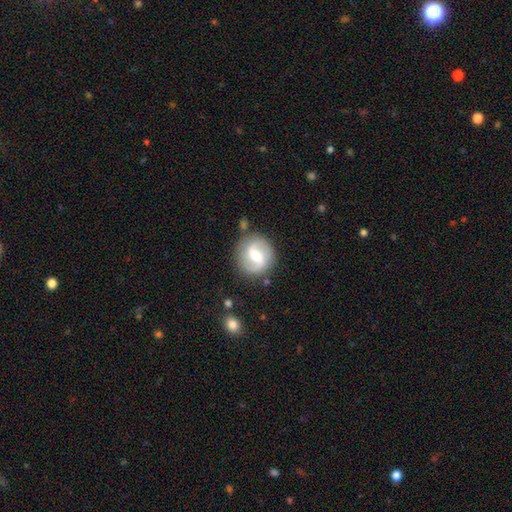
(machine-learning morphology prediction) smooth-or-featured: featured or disk: 78% | smooth: 17% | star or artifact: 5%
  disk-edge-on: no: 98% | yes: 2%
    bar: weak: 52% | strong: 29% | no: 19%
    has-spiral-arms: yes: 93% | no: 7%
      spiral-winding: medium: 45% | loose: 39% | tight: 16%
      spiral-arm-count: 2: 91% | can't tell: 4% | 1: 2% | 3: 1% | 4: 1% | more than 4: 1%
    bulge-size: moderate: 61% | small: 30% | large: 6% | none: 2% | dominant: 1%
  merging: none: 83% | minor disturbance: 11% | major disturbance: 4% | merger: 3%